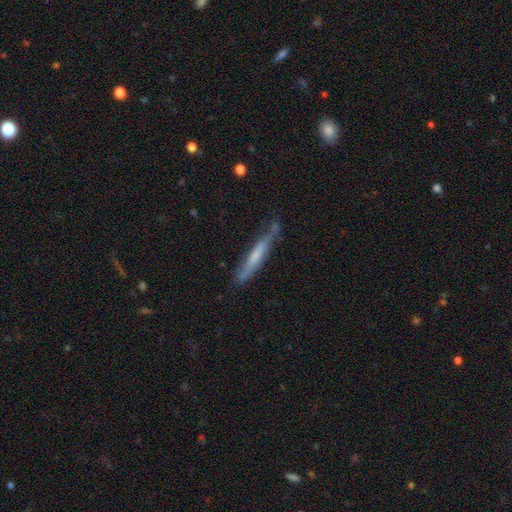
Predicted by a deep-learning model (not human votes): Smooth or featured? smooth (47%)
Merging? none (70%)